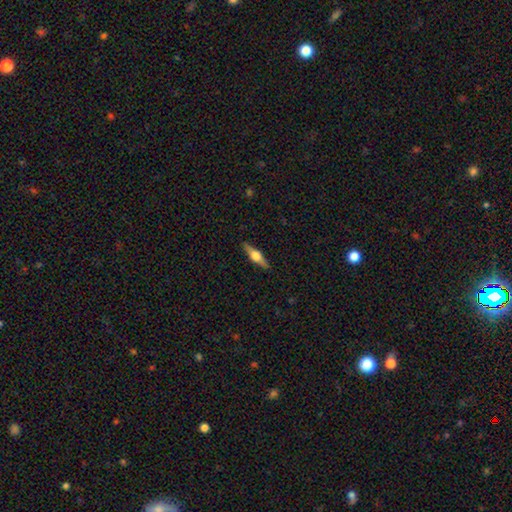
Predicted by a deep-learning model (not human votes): Smooth or featured?
  - featured or disk: 68% *
  - smooth: 26%
  - star or artifact: 6%
Edge-on disk?
  - yes: 97% *
  - no: 3%
Edge-on bulge?
  - rounded: 93% *
  - boxy: 5%
  - none: 2%
Merging?
  - none: 90% *
  - minor disturbance: 7%
  - major disturbance: 2%
  - merger: 1%